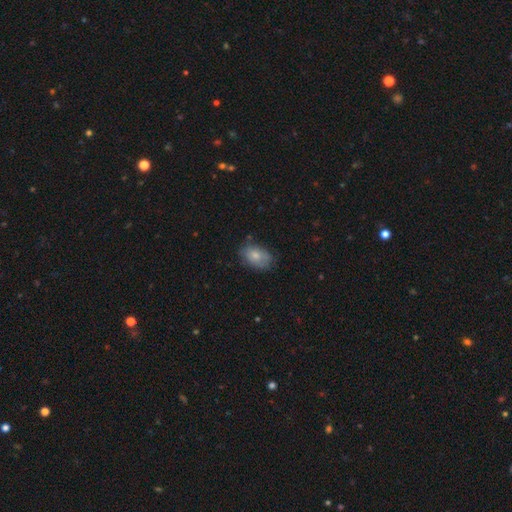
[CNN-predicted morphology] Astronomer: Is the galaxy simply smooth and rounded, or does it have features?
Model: smooth — 76%.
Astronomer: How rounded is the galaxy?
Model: in between — 86%.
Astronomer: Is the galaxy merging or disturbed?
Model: none — 69%.